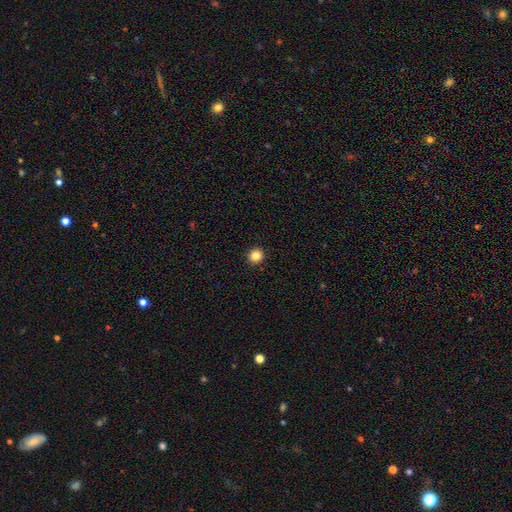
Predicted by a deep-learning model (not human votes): Smooth or featured? Predicted: smooth (p=0.85). How rounded? Predicted: round (p=0.93). Merging? Predicted: none (p=0.94).